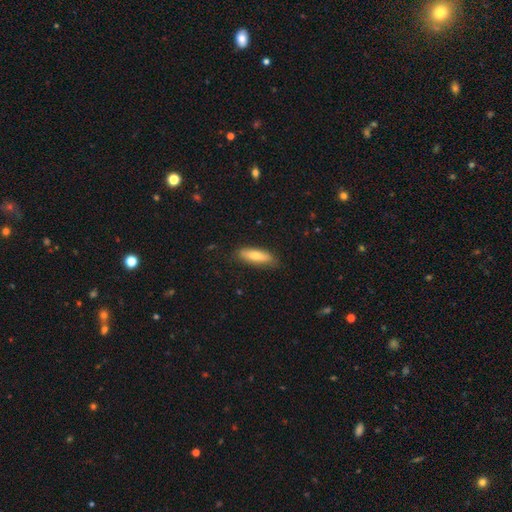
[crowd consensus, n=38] A smooth galaxy with no disk features (74%) that is cigar-shaped (57%).

Vote fractions:
- Smooth or featured? smooth: 74% / featured or disk: 21% / star or artifact: 5%
- How rounded? cigar-shaped: 57% / in between: 43% / round: 0%
- Merging? none: 72% / minor disturbance: 19% / major disturbance: 6% / merger: 3%